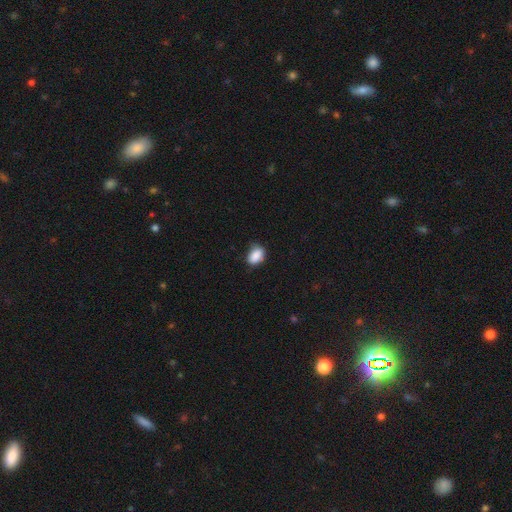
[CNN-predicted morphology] This is clearly a smooth galaxy (88%). How rounded: clearly in between (81%). Merging: likely none (67%).